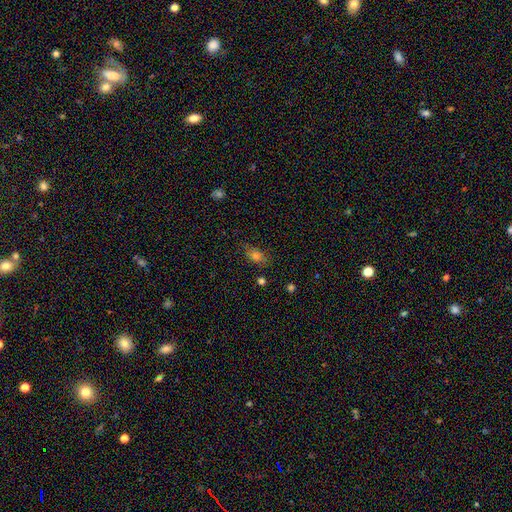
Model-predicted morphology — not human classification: type=smooth (69%); roundness=in between (76%); merging=none (75%).